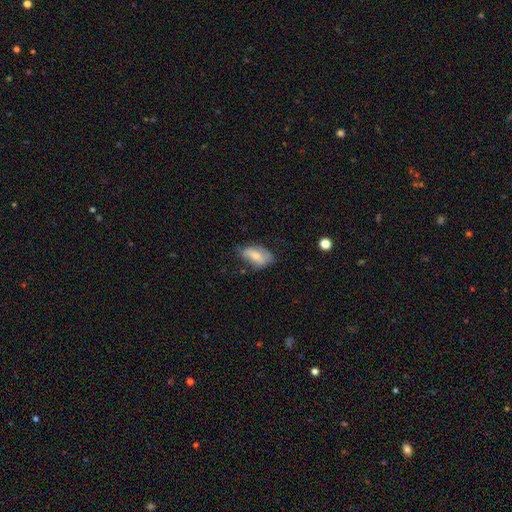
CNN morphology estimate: Smooth or featured? smooth (58%)
How rounded? in between (90%)
Merging? none (55%)